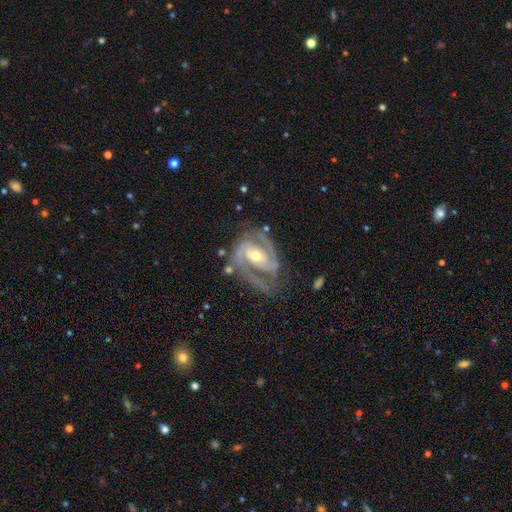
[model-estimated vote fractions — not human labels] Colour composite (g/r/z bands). It shows a featured or disk galaxy (92%) with a weak bar (37%), 2 (85%) medium (48%) spiral arms (98%) and a moderate central bulge (63%). Merging: none (66%).